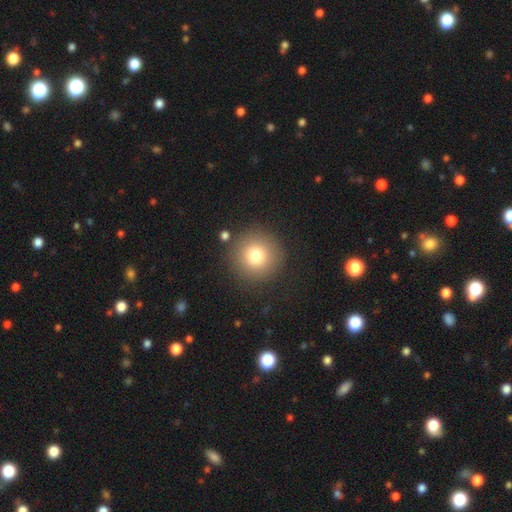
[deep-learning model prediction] Morphology: type=smooth (77%); roundness=round (96%); merging=none (87%).